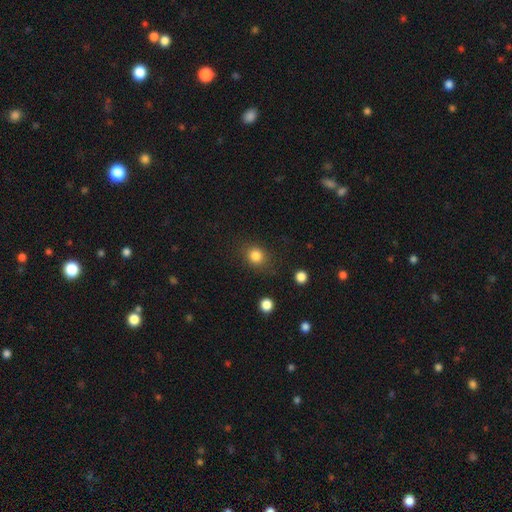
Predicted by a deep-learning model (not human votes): Q: Smooth or featured?
A: smooth (83%); runner-up: star or artifact (11%)
Q: How rounded?
A: round (76%); runner-up: in between (23%)
Q: Merging?
A: none (82%); runner-up: minor disturbance (11%)